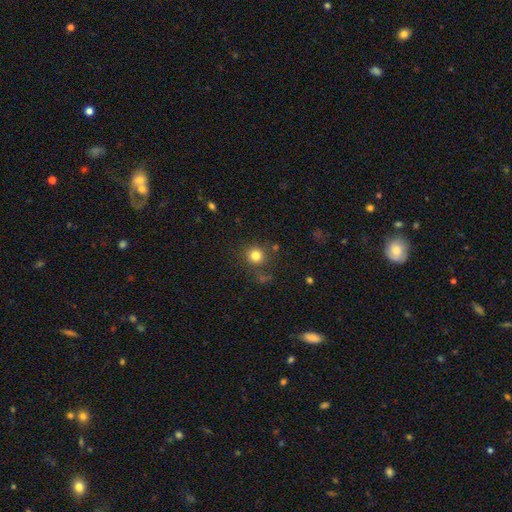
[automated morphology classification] Smooth or featured: smooth — 81% (star or artifact — 13%)
How rounded: round — 92% (in between — 7%)
Merging: none — 79% (minor disturbance — 11%)